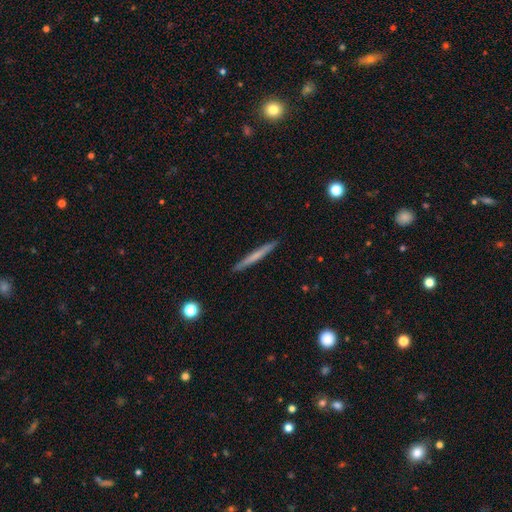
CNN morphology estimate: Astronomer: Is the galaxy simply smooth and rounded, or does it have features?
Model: smooth — 56% (runner-up: featured or disk, 38%).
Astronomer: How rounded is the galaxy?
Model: cigar-shaped — 97%.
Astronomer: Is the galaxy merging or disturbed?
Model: none — 91%.